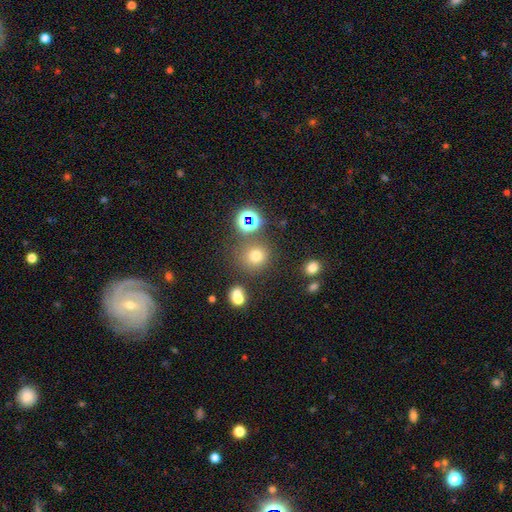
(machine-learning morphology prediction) type=smooth (67%); roundness=round (88%); merging=none (76%).